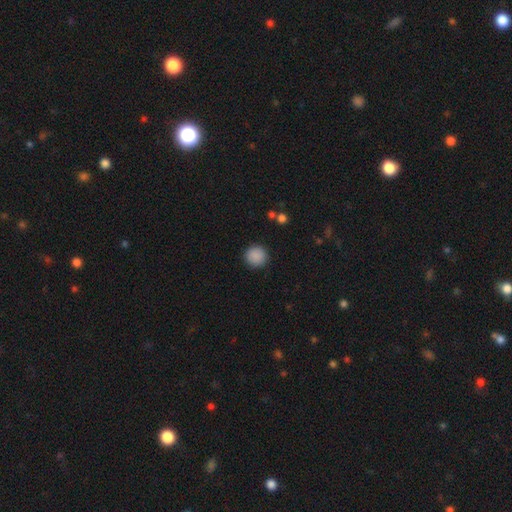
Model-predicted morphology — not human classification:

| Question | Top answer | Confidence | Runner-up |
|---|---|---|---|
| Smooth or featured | smooth | 89% | star or artifact (8%) |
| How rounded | round | 94% | in between (5%) |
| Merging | none | 91% | minor disturbance (6%) |